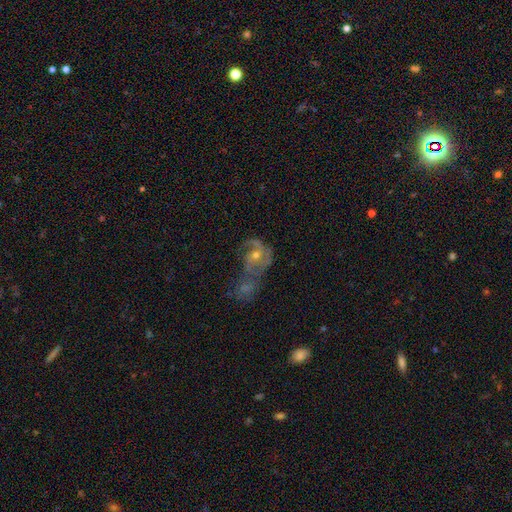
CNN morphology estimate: A featured or disk galaxy (77%) with no bar (70%), 2 (54%) medium (47%) spiral arms (88%) and a moderate central bulge (56%). Merging: merger (43%).